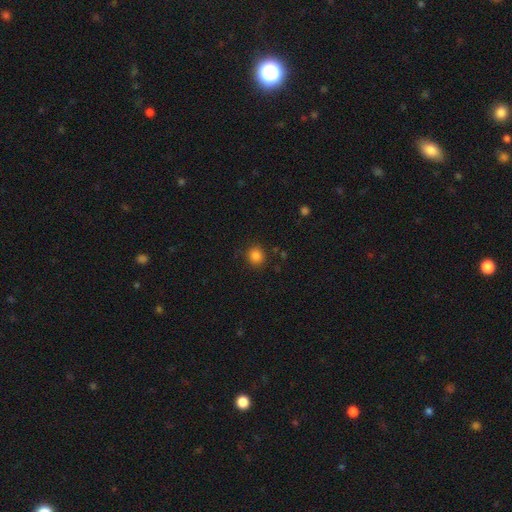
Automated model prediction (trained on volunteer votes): Morphology: type=smooth (84%); roundness=round (86%); merging=none (88%).